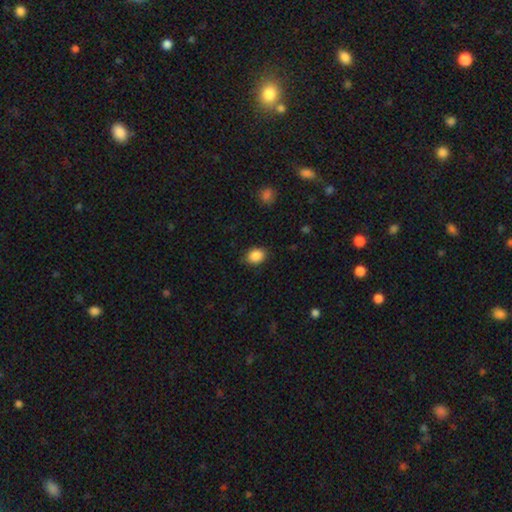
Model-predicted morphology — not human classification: smooth-or-featured: smooth: 88% | star or artifact: 9% | featured or disk: 3%
  how-rounded: in between: 53% | round: 46% | cigar-shaped: 1%
  merging: none: 85% | minor disturbance: 11% | major disturbance: 3% | merger: 1%